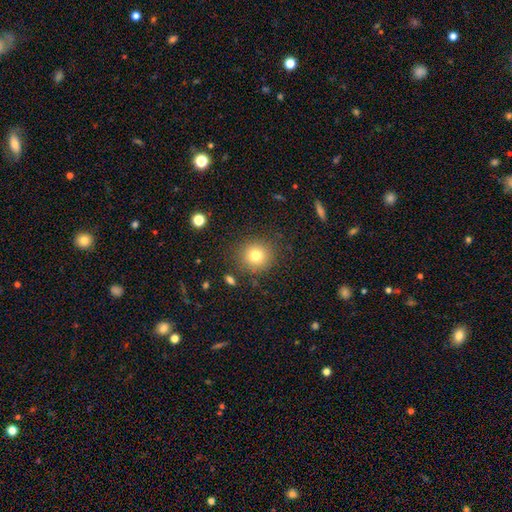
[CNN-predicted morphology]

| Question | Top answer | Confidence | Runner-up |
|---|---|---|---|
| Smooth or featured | smooth | 78% | star or artifact (13%) |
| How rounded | round | 91% | in between (8%) |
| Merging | none | 87% | minor disturbance (8%) |